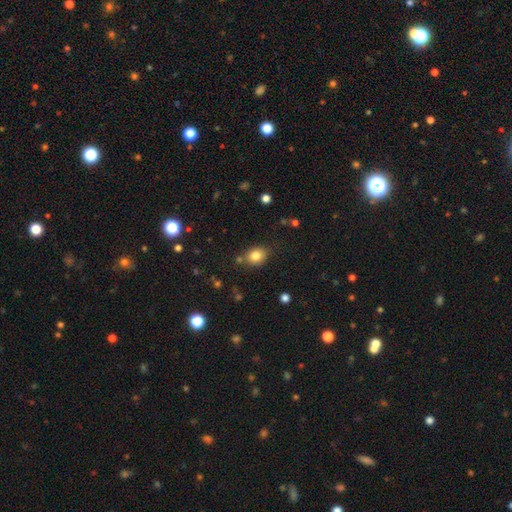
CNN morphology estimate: Overall: smooth (83%). How rounded: round (49%, tied with in between). Merging: none (74%).